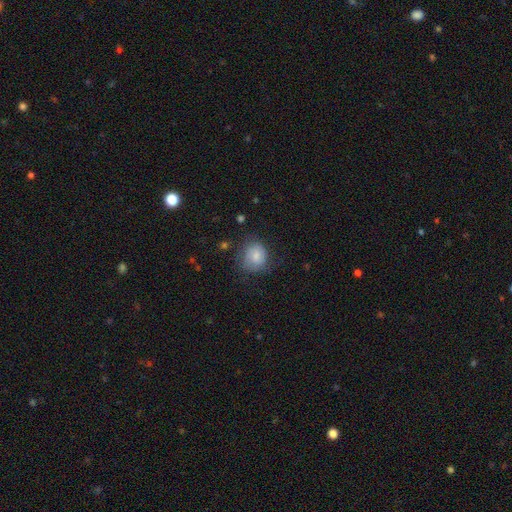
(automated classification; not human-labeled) Smooth or featured?
  - smooth: 71% *
  - featured or disk: 21%
  - star or artifact: 8%
How rounded?
  - round: 69% *
  - in between: 30%
  - cigar-shaped: 1%
Merging?
  - none: 59% *
  - minor disturbance: 27%
  - major disturbance: 13%
  - merger: 2%